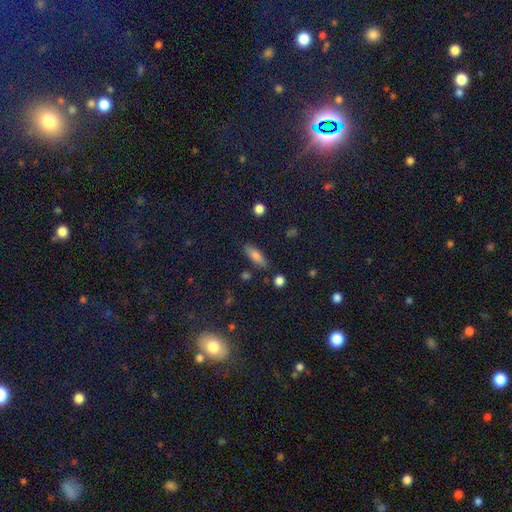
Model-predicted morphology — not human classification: Q: Smooth or featured?
A: smooth (74%); runner-up: featured or disk (14%)
Q: How rounded?
A: in between (64%); runner-up: cigar-shaped (32%)
Q: Merging?
A: none (83%); runner-up: minor disturbance (11%)